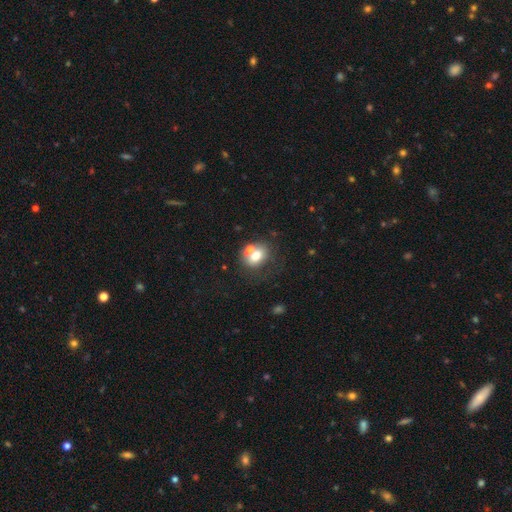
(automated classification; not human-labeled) The model was most divided on "merging": merger: 41%, none: 39%, minor disturbance: 13%, major disturbance: 7%. More confident: smooth or featured — smooth (65%); how rounded — in between (55%).